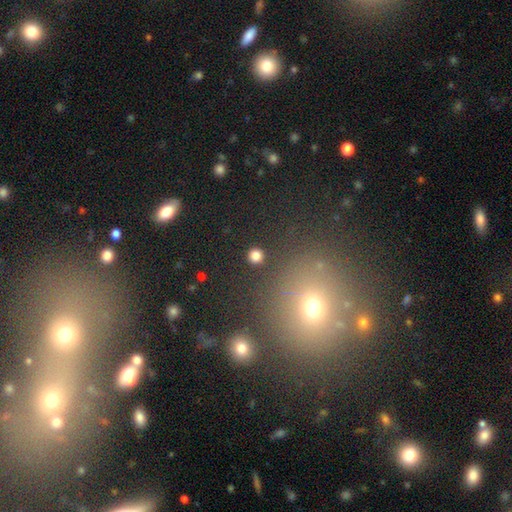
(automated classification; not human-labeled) Overall: smooth (82%). How rounded: round (92%). Merging: none (92%).